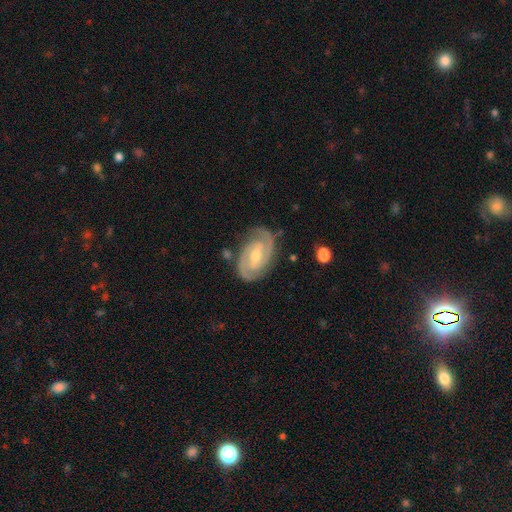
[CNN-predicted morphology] Overall: featured or disk (90%). Edge-on disk: no (97%). Bar: weak (48%; no 29%). Spiral arms: yes (98%). Spiral arm count: 2 (88%). Spiral winding: tight (62%; medium 33%). Bulge size: moderate (62%; small 34%). Merging: none (81%).